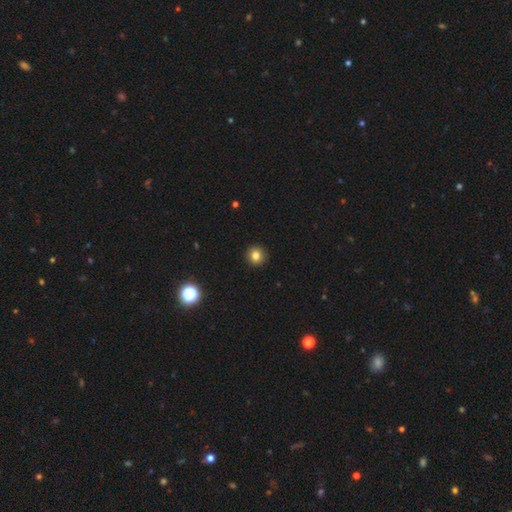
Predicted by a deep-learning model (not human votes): Smooth or featured: smooth — 82% (star or artifact — 12%)
How rounded: round — 92% (in between — 7%)
Merging: none — 93% (minor disturbance — 5%)